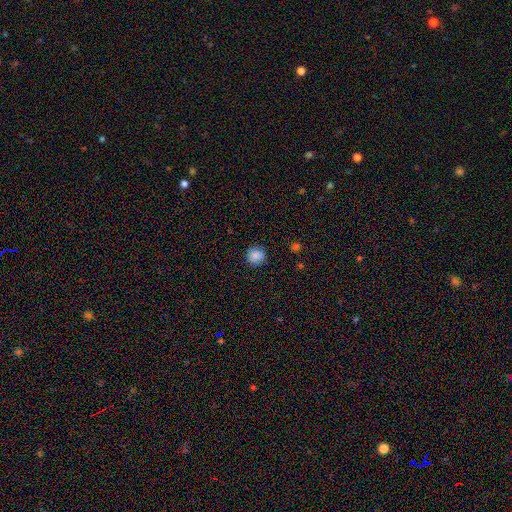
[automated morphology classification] type=smooth (86%); roundness=round (92%); merging=none (88%).